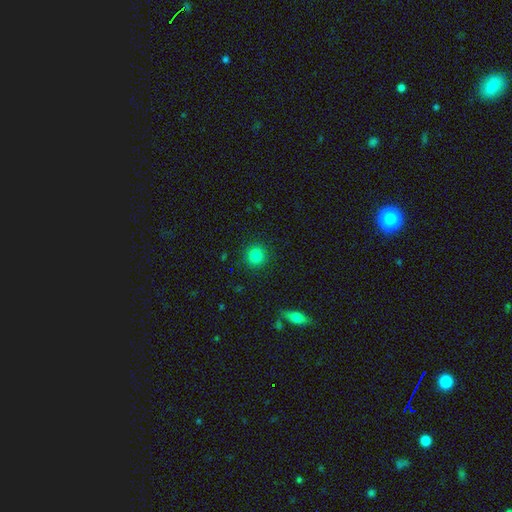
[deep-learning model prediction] Overall: smooth (83%). How rounded: round (92%). Merging: none (91%).